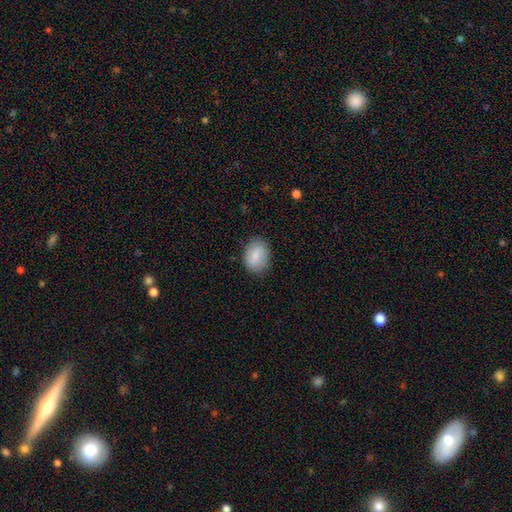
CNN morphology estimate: A smooth galaxy with no disk features (78%) that is in between round and cigar-shaped (76%). Merging: none (82%).